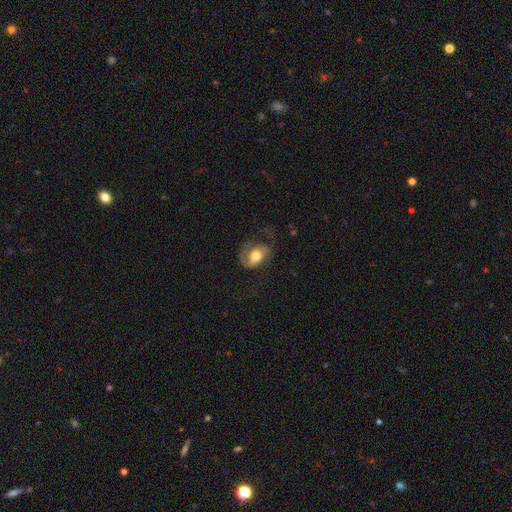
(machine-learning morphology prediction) Overall: featured or disk (53%; smooth 41%). Edge-on disk: no (95%). Bar: no (61%; weak 27%). Spiral arms: yes (76%). Bulge size: moderate (63%; large 25%). Merging: none (44%; major disturbance 32%).